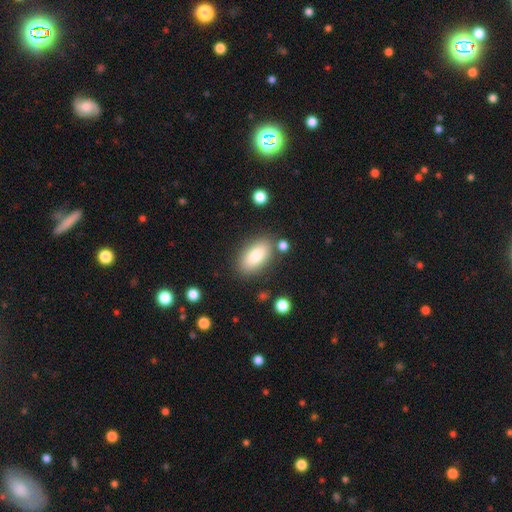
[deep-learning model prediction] Smooth or featured? smooth (82%)
How rounded? in between (91%)
Merging? none (81%)